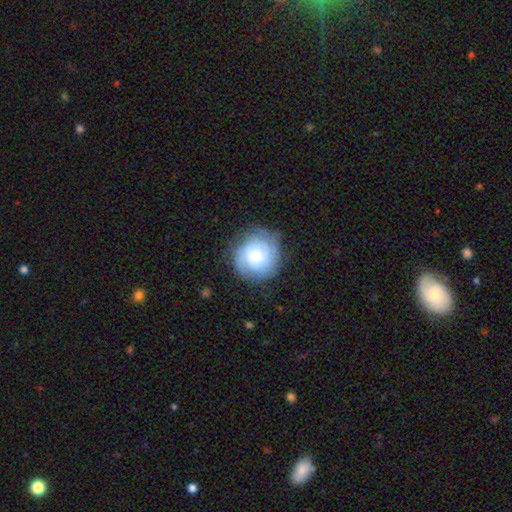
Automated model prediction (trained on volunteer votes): smooth_or_featured: featured or disk (p=0.46) [alt: smooth p=0.45]
merging: none (p=0.77) [alt: minor disturbance p=0.16]